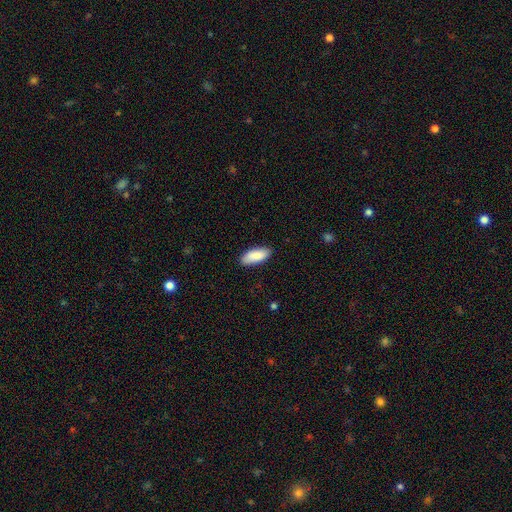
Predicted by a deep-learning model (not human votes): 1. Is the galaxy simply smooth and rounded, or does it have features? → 88% smooth, 6% featured or disk, 6% star or artifact.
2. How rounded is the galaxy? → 80% in between, 19% cigar-shaped, 2% round.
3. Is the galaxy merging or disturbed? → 86% none, 11% minor disturbance, 2% major disturbance, 1% merger.